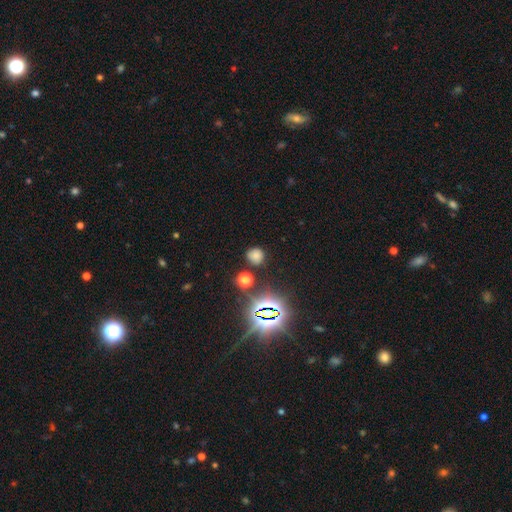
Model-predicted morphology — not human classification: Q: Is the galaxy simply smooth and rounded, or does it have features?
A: smooth — 66%.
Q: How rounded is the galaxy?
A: round — 87%.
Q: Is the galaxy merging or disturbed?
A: none — 80%.